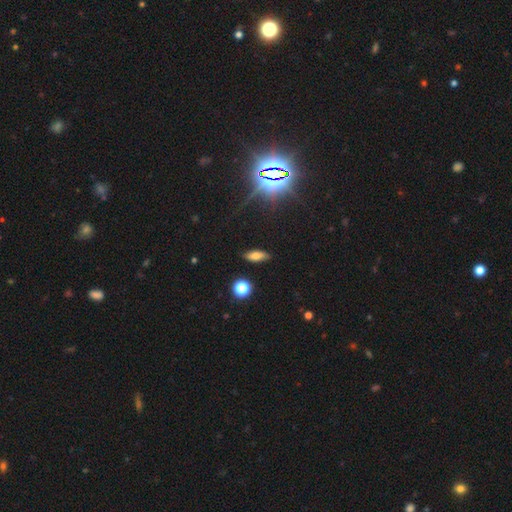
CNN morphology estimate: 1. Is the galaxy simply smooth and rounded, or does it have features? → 69% smooth, 17% featured or disk, 15% star or artifact.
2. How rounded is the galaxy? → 68% in between, 27% cigar-shaped, 5% round.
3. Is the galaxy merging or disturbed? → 87% none, 9% minor disturbance, 2% major disturbance, 2% merger.